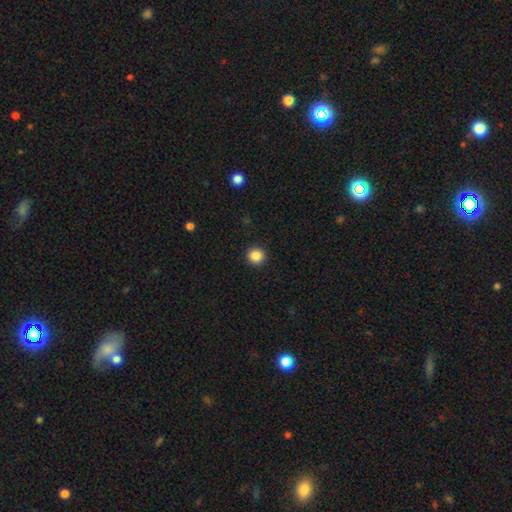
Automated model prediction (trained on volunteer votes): A smooth galaxy with no disk features (86%) that is round (95%).

Vote fractions:
- Smooth or featured? smooth: 86% / star or artifact: 10% / featured or disk: 3%
- How rounded? round: 95% / in between: 4% / cigar-shaped: 1%
- Merging? none: 93% / minor disturbance: 4% / major disturbance: 2% / merger: 1%